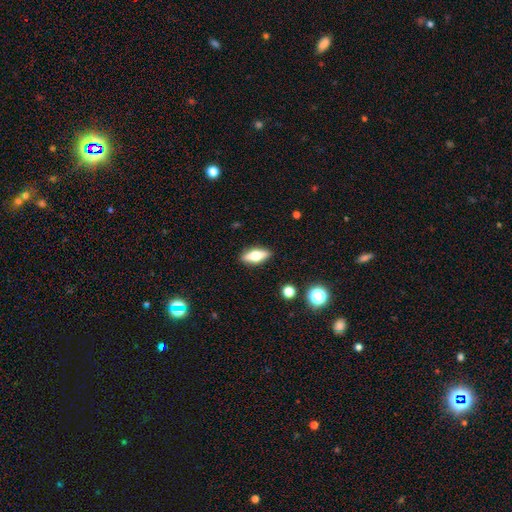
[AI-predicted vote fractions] Smooth or featured? smooth (49%)
Merging? none (89%)